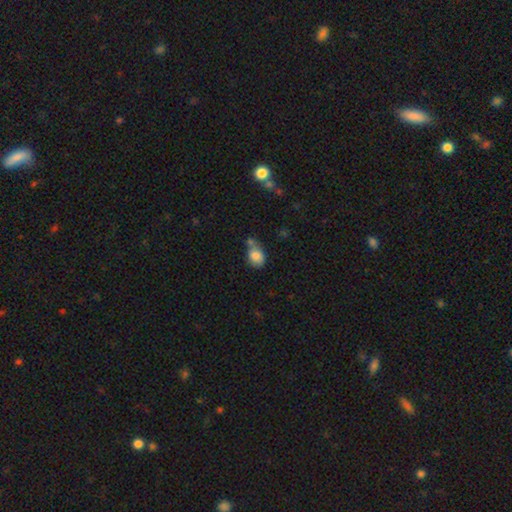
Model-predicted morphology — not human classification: This is clearly a smooth galaxy (82%). How rounded: likely in between (63%). Merging: marginally none (39%).